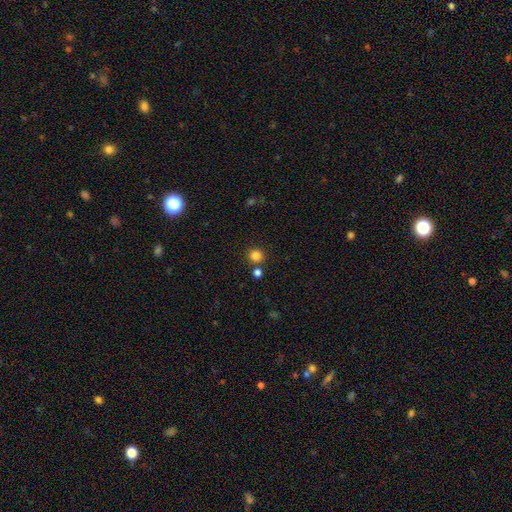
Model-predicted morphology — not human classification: This is clearly a smooth galaxy (82%). How rounded: clearly round (92%). Merging: clearly none (80%).